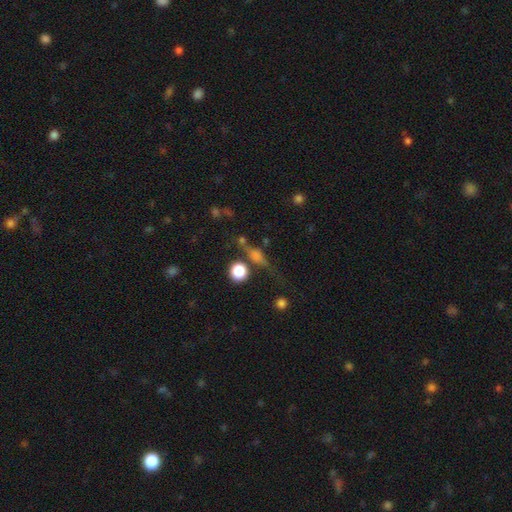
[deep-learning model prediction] This is possibly a smooth galaxy (50%). Merging: likely none (63%).